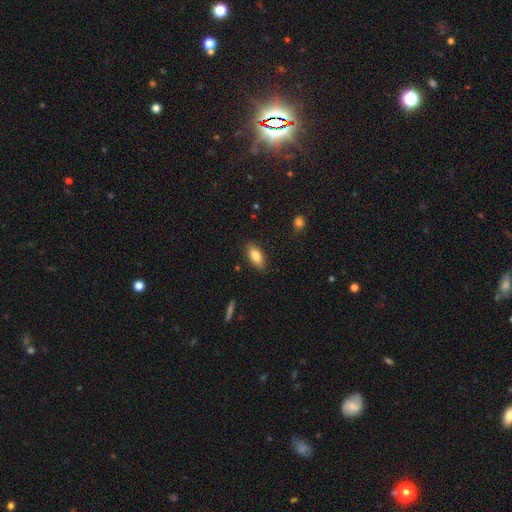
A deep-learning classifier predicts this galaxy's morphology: The model was most divided on "smooth or featured": smooth: 80%, featured or disk: 13%, star or artifact: 7%. More confident: how rounded — in between (85%); merging — none (85%).